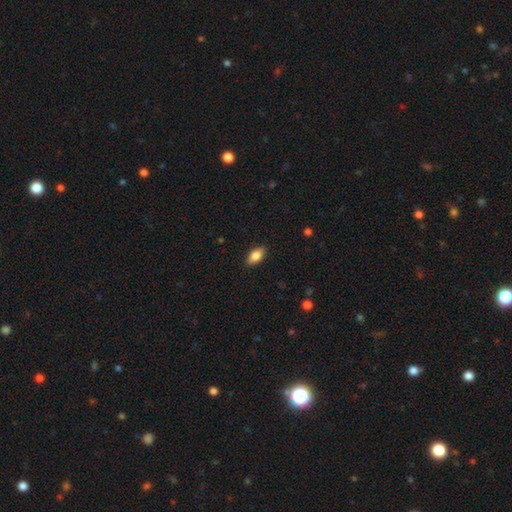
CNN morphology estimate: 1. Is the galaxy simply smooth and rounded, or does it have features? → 82% smooth, 11% featured or disk, 7% star or artifact.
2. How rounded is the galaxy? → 90% in between, 7% cigar-shaped, 4% round.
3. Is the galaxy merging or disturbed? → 89% none, 8% minor disturbance, 2% major disturbance, 1% merger.